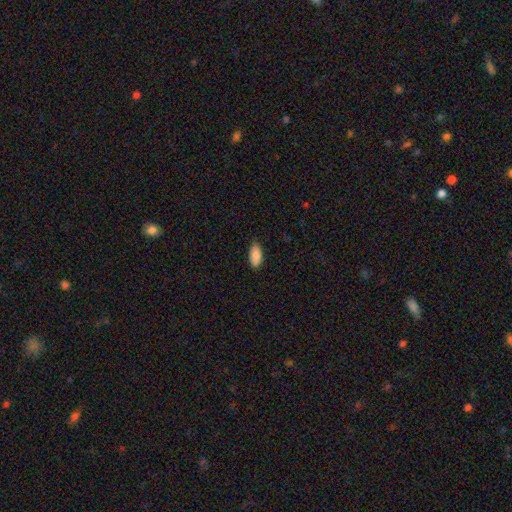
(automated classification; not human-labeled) A smooth galaxy with no disk features (90%) that is in between round and cigar-shaped (91%). Merging: none (82%).